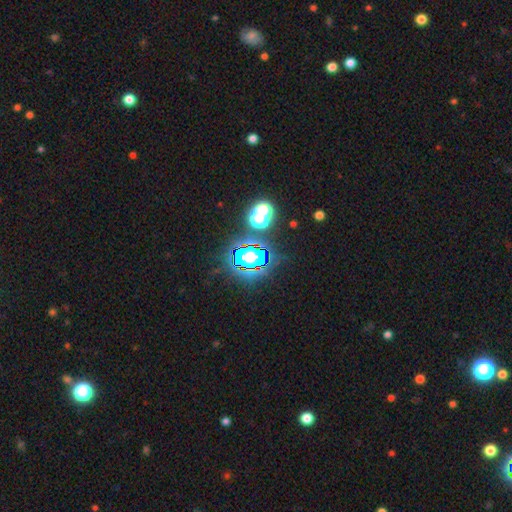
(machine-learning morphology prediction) star or artifact 83%, smooth 11%, featured or disk 7%.